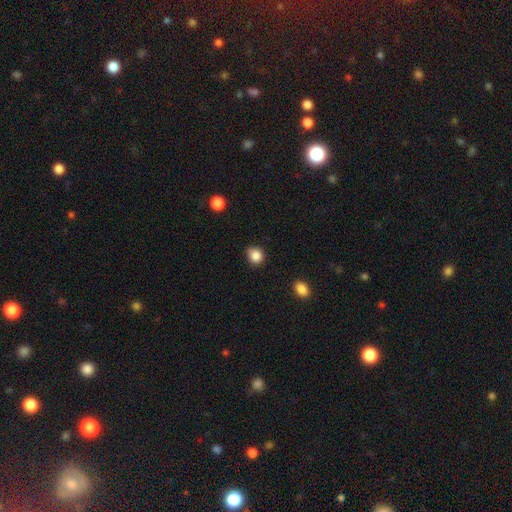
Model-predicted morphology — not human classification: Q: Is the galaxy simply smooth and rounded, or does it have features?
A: smooth — 85%.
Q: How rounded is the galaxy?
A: round — 83%.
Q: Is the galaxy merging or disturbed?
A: none — 80%.